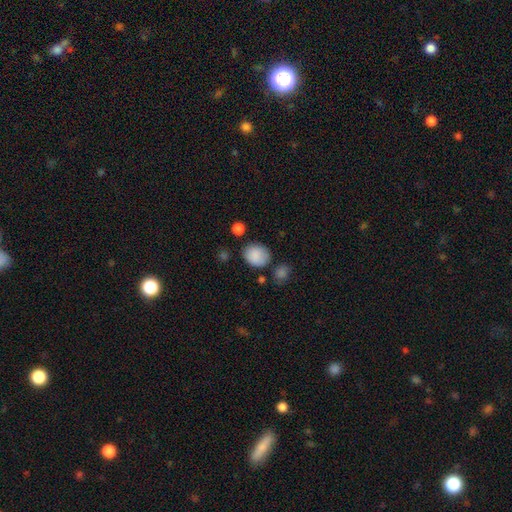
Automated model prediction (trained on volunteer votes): This appears to be a smooth galaxy with no disk features (87%) that is round (64%). Merging: none (73%).